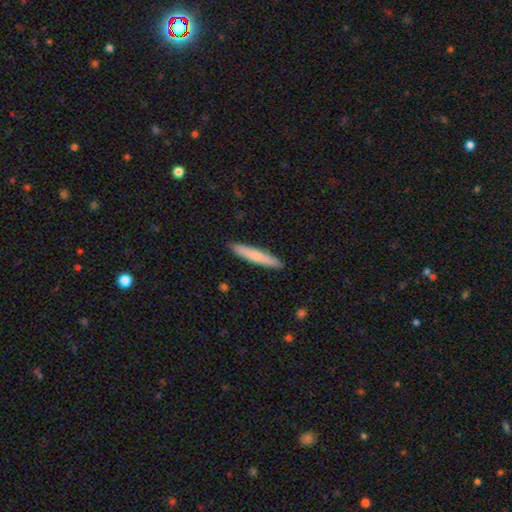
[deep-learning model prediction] smooth 76%, featured or disk 19%, star or artifact 5%. Down the decision tree: how rounded — cigar-shaped (94%); merging — none (92%).